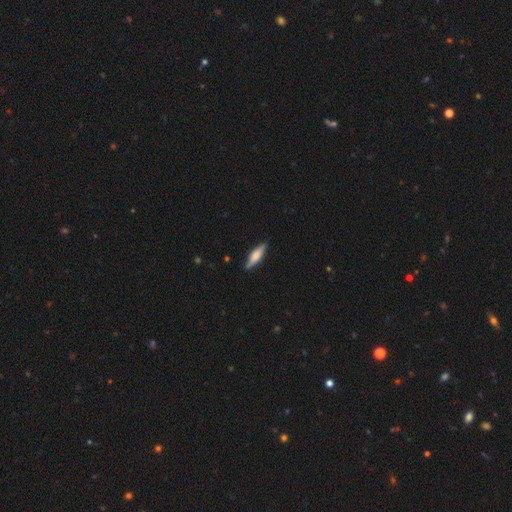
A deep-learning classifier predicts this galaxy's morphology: This appears to be a smooth galaxy with no disk features (52%) that is cigar-shaped (66%). Merging: none (86%).